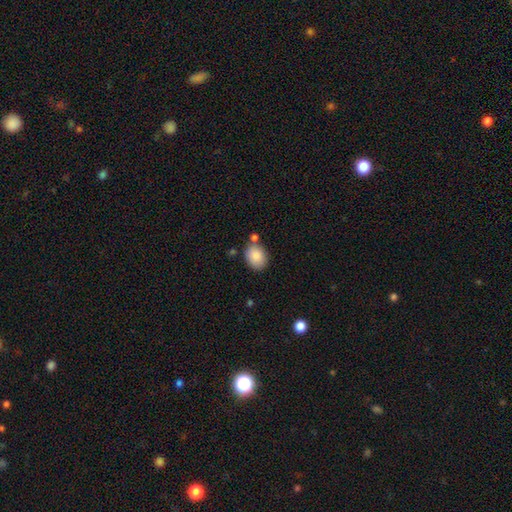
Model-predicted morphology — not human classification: Smooth or featured: smooth — 87% (star or artifact — 7%)
How rounded: in between — 61% (round — 38%)
Merging: none — 68% (minor disturbance — 15%)